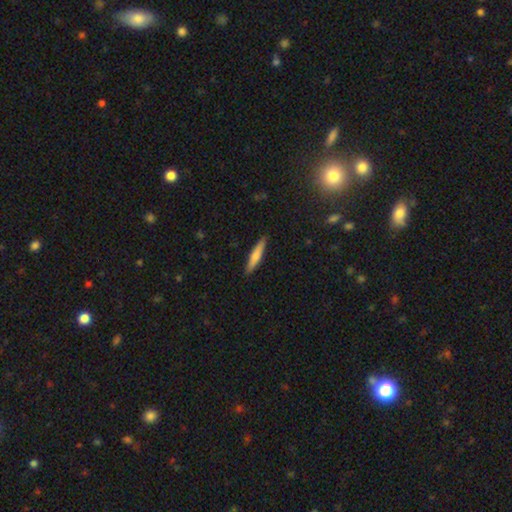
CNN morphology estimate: A smooth galaxy with no disk features (72%) that is cigar-shaped (89%). Merging: none (89%).